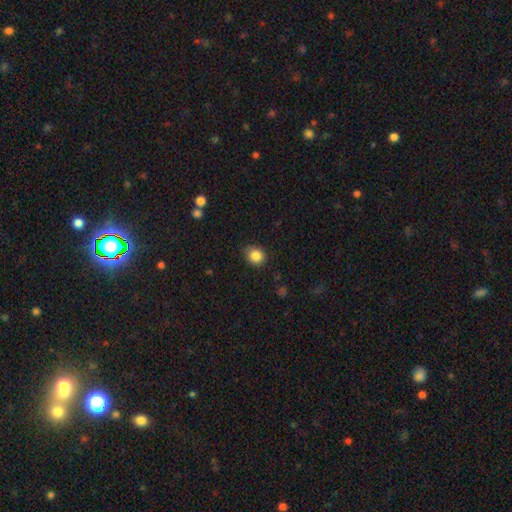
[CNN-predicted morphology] A smooth galaxy with no disk features (85%) that is round (70%). Merging: none (82%).